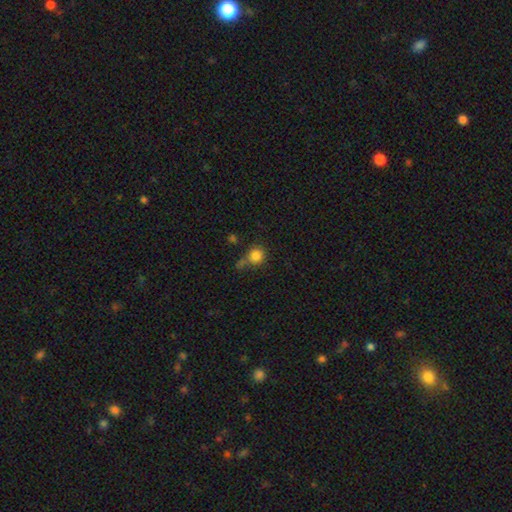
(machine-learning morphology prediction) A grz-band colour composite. It shows a smooth galaxy with no disk features (82%) that is round (88%). Merging: none (52%).